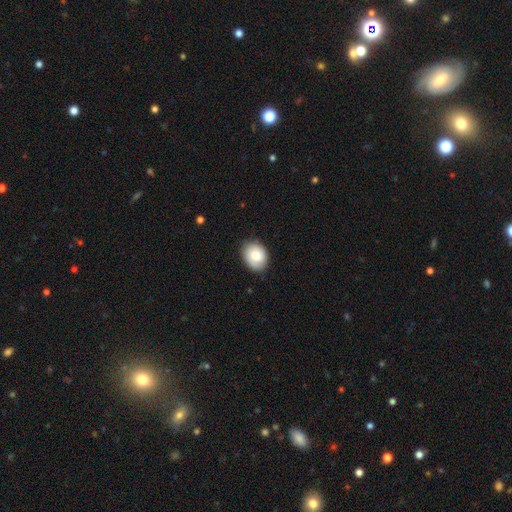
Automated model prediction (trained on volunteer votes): smooth_or_featured: smooth (p=0.76) [alt: featured or disk p=0.17]
how_rounded: in between (p=0.56) [alt: round p=0.43]
merging: none (p=0.82) [alt: minor disturbance p=0.15]